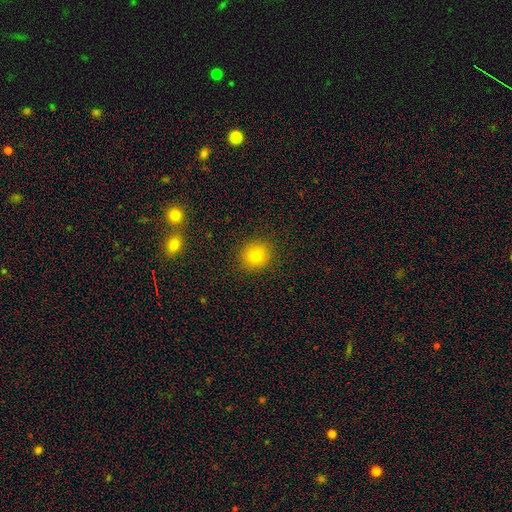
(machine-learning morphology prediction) smooth 80%, star or artifact 12%, featured or disk 8%. Down the decision tree: how rounded — round (85%); merging — none (89%).